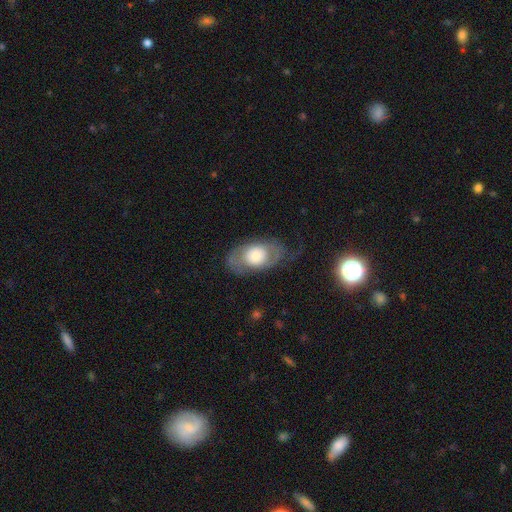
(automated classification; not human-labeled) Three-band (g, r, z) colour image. It shows a smooth galaxy with no disk features (51%) that is in between round and cigar-shaped (86%). Merging: none (57%).